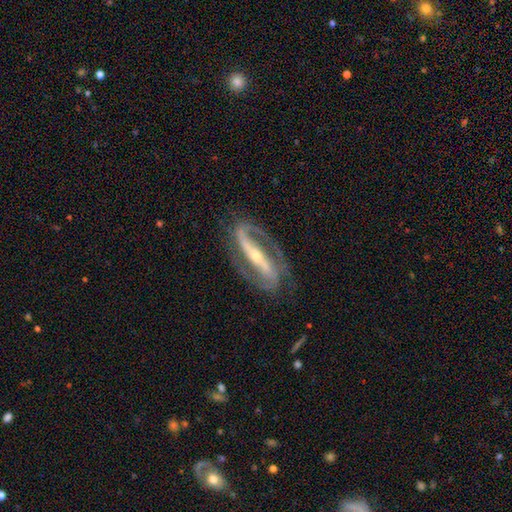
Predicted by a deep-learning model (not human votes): This is clearly a featured or disk galaxy (91%). It is clearly not viewed edge-on (90%). Bar: likely strong (76%). Spiral arm pattern: clearly yes (96%). Spiral arm count: clearly 2 (90%). Spiral winding: possibly medium (50%). Central bulge: likely small (62%). Merging: likely none (77%).